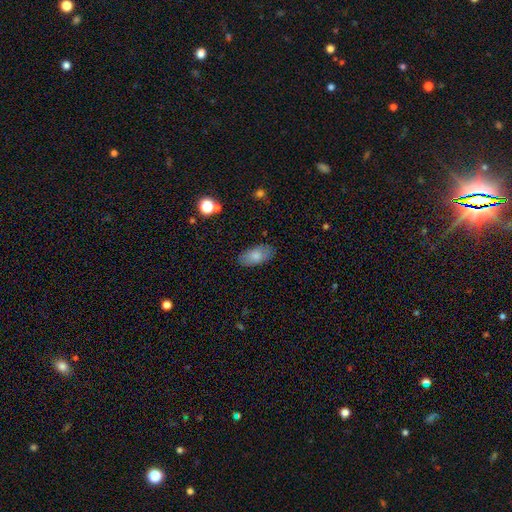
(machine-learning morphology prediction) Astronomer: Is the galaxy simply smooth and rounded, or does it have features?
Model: smooth — 80%.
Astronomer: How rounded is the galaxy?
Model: in between — 92%.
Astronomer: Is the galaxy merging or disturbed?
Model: none — 82%.